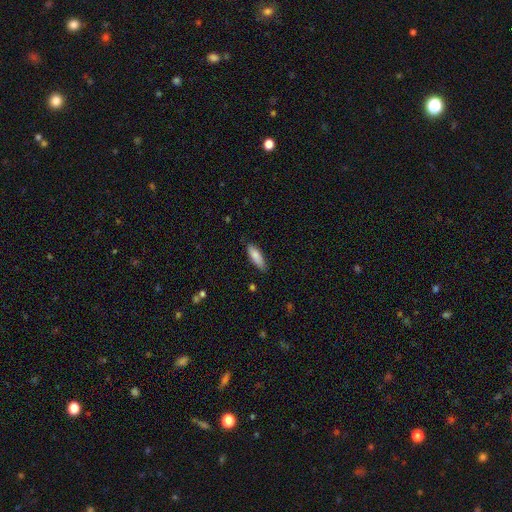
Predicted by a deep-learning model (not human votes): smooth 83%, featured or disk 11%, star or artifact 6%. Down the decision tree: how rounded — in between (51%); merging — none (83%).